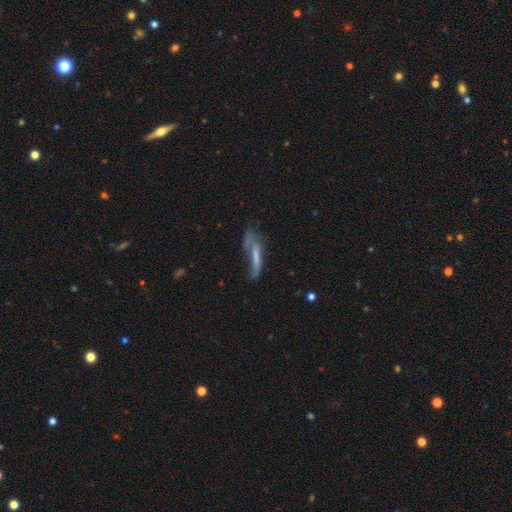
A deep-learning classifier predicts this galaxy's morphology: featured or disk 45%, smooth 42%, star or artifact 12%. Down the decision tree: merging — none (34%).